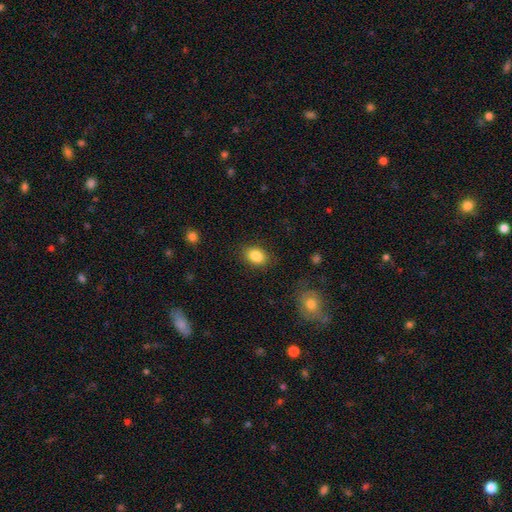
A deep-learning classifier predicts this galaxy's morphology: smooth-or-featured: smooth: 86% | star or artifact: 9% | featured or disk: 6%
  how-rounded: in between: 68% | round: 31% | cigar-shaped: 1%
  merging: none: 85% | minor disturbance: 11% | major disturbance: 3% | merger: 1%